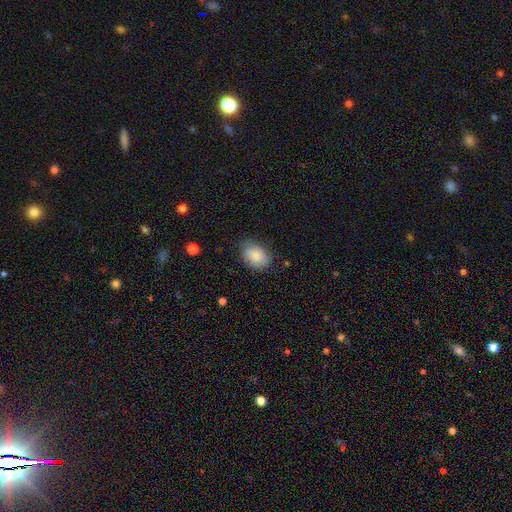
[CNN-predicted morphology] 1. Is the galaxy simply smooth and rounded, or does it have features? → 83% smooth, 11% featured or disk, 7% star or artifact.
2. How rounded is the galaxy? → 74% in between, 25% round, 1% cigar-shaped.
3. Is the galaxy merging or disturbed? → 71% none, 23% minor disturbance, 5% major disturbance, 1% merger.